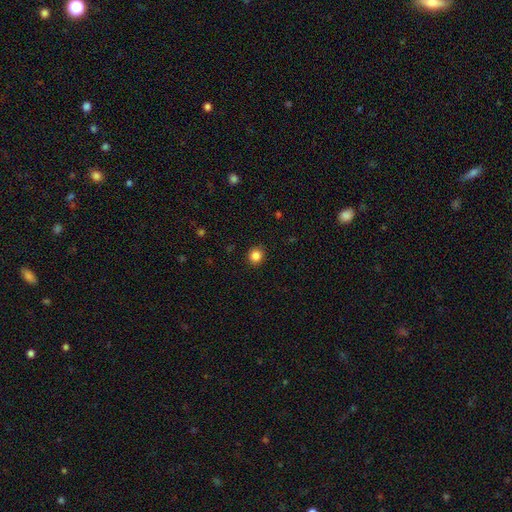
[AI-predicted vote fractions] A smooth galaxy with no disk features (86%) that is round (91%).

Vote fractions:
- Smooth or featured? smooth: 86% / star or artifact: 11% / featured or disk: 3%
- How rounded? round: 91% / in between: 8% / cigar-shaped: 1%
- Merging? none: 92% / minor disturbance: 5% / major disturbance: 2% / merger: 1%